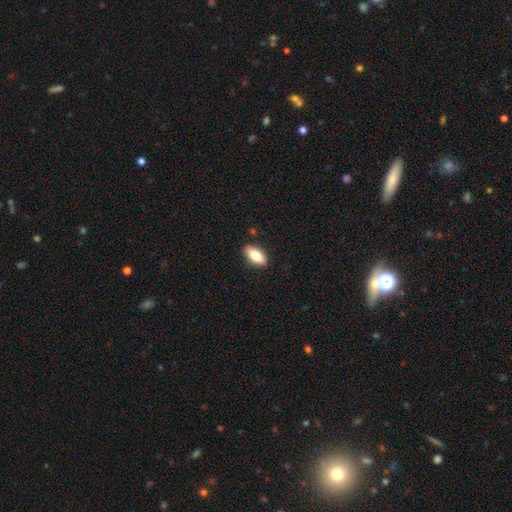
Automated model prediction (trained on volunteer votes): Overall: smooth (77%). How rounded: in between (88%). Merging: none (87%).